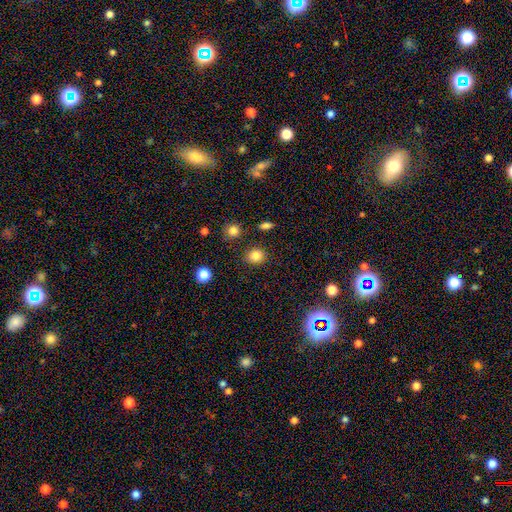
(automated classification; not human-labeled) A smooth galaxy with no disk features (84%) that is round (73%). Merging: none (87%).